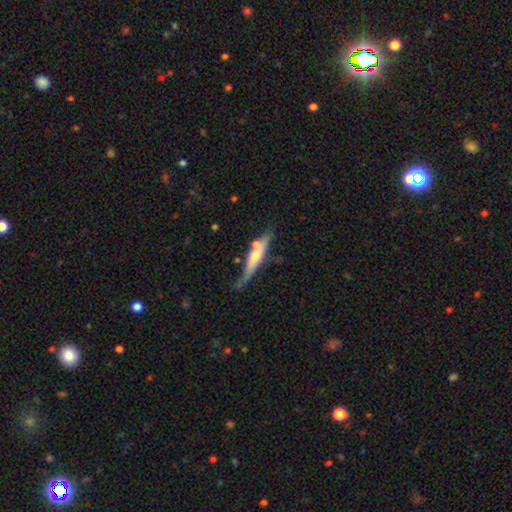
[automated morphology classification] A featured or disk galaxy (55%) viewed edge-on (86%).

Vote fractions:
- Smooth or featured? featured or disk: 55% / smooth: 39% / star or artifact: 6%
- Edge-on disk? yes: 86% / no: 14%
- Merging? none: 52% / minor disturbance: 25% / merger: 13% / major disturbance: 10%